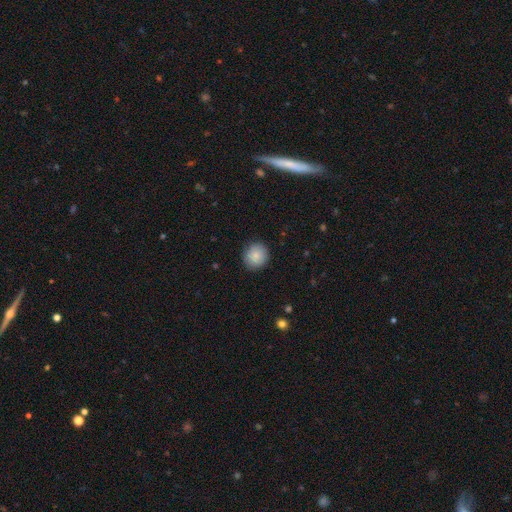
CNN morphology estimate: Smooth or featured? Predicted: smooth (p=0.86). How rounded? Predicted: round (p=0.92). Merging? Predicted: none (p=0.90).